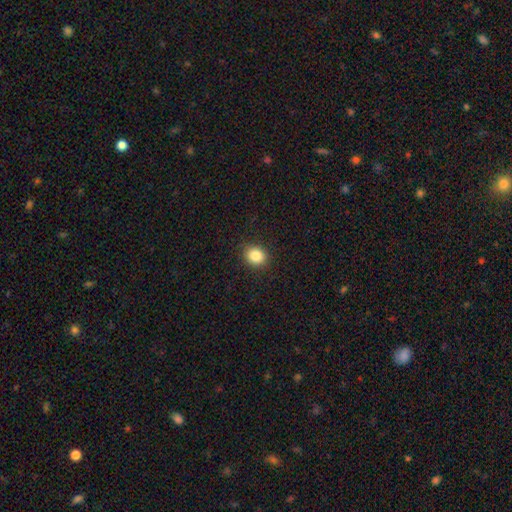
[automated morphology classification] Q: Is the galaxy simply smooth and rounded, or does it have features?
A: smooth — 85%.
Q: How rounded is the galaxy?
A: round — 62%.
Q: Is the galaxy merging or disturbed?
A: none — 88%.